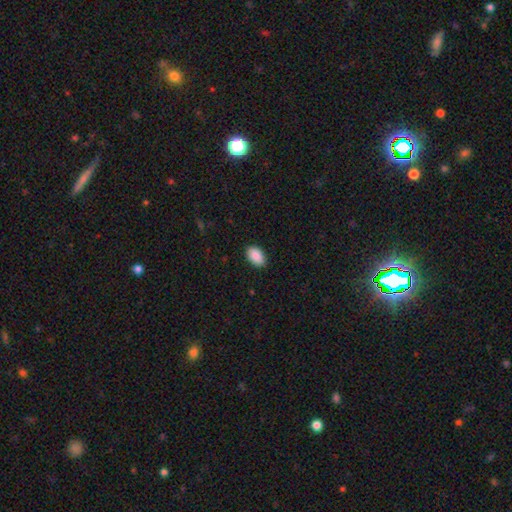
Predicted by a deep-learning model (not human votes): A smooth galaxy with no disk features (90%) that is in between round and cigar-shaped (92%).

Vote fractions:
- Smooth or featured? smooth: 90% / star or artifact: 7% / featured or disk: 3%
- How rounded? in between: 92% / round: 6% / cigar-shaped: 1%
- Merging? none: 88% / minor disturbance: 9% / major disturbance: 2% / merger: 1%